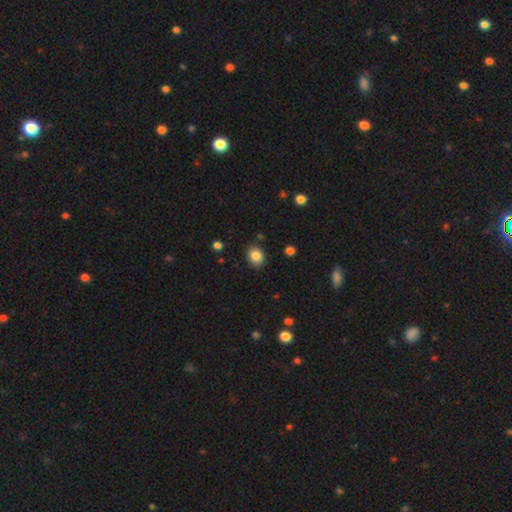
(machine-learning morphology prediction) Smooth or featured?
  - smooth: 85% *
  - star or artifact: 10%
  - featured or disk: 5%
How rounded?
  - round: 57% *
  - in between: 43%
  - cigar-shaped: 1%
Merging?
  - none: 85% *
  - minor disturbance: 11%
  - major disturbance: 2%
  - merger: 2%